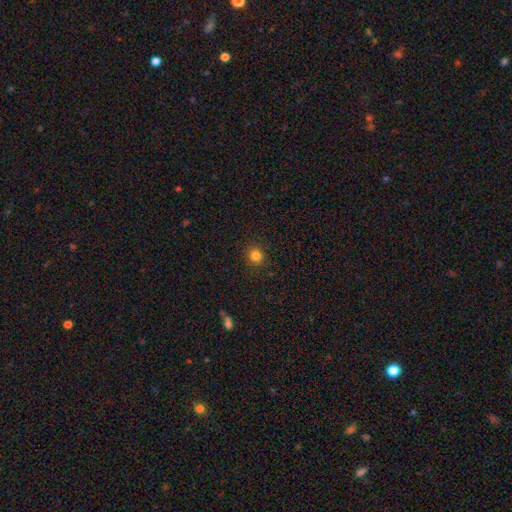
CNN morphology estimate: Smooth or featured?
  - smooth: 82% *
  - star or artifact: 13%
  - featured or disk: 5%
How rounded?
  - round: 87% *
  - in between: 13%
  - cigar-shaped: 1%
Merging?
  - none: 90% *
  - minor disturbance: 6%
  - major disturbance: 2%
  - merger: 1%